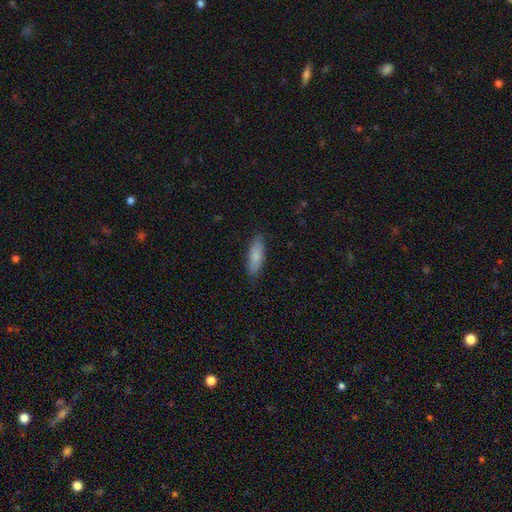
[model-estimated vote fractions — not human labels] Overall: smooth (83%). How rounded: in between (52%; cigar-shaped 47%). Merging: none (86%).